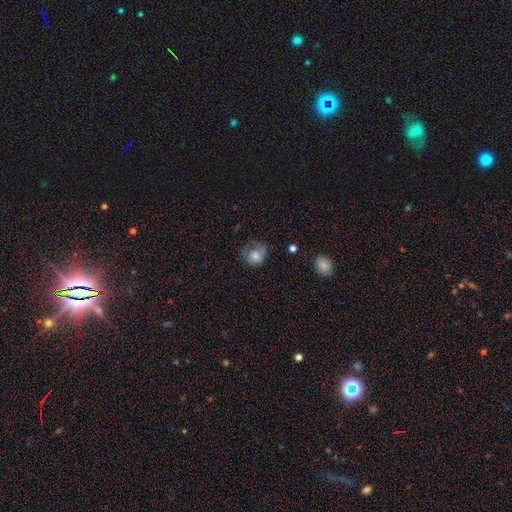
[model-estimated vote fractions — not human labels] This is likely a smooth galaxy (64%). How rounded: likely round (68%). Merging: possibly none (45%).